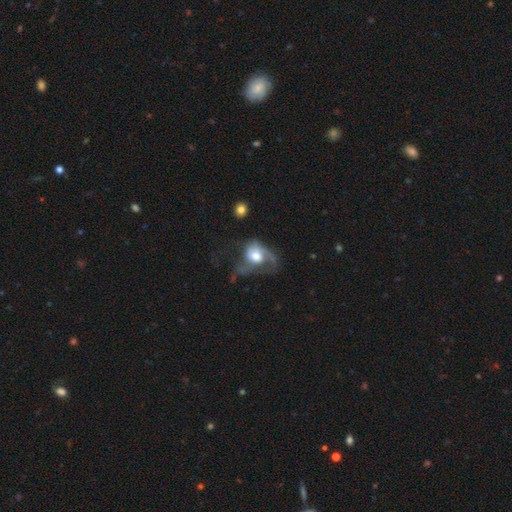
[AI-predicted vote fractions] A featured or disk galaxy (54%) with no bar (73%), spiral arms (65%) and a moderate central bulge (54%). Merging: major disturbance (57%).